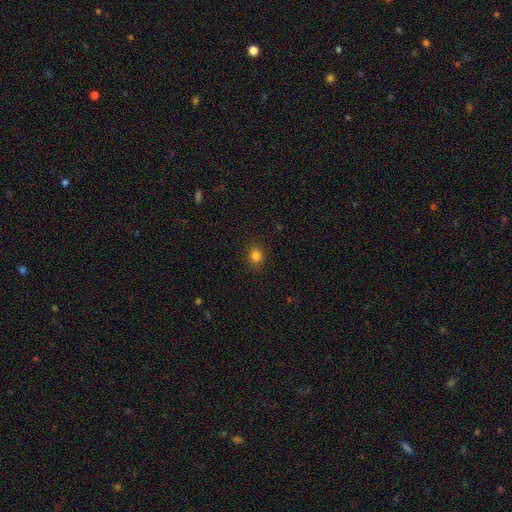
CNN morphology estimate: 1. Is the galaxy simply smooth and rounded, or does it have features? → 81% smooth, 14% star or artifact, 5% featured or disk.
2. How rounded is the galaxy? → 70% round, 29% in between, 1% cigar-shaped.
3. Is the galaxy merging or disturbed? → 88% none, 9% minor disturbance, 2% major disturbance, 1% merger.